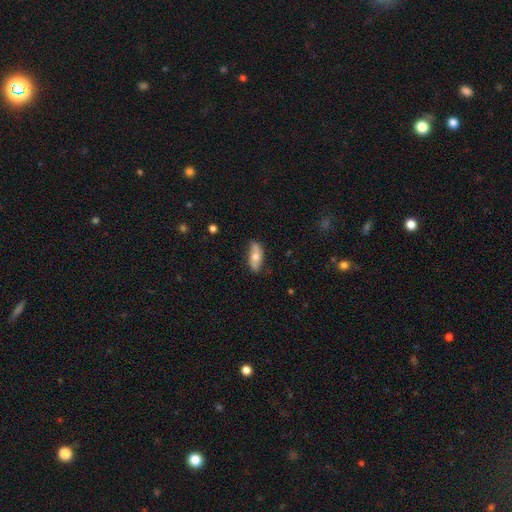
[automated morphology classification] smooth-or-featured: smooth: 57% | featured or disk: 36% | star or artifact: 6%
  how-rounded: in between: 76% | cigar-shaped: 21% | round: 3%
  merging: none: 77% | minor disturbance: 18% | major disturbance: 3% | merger: 2%